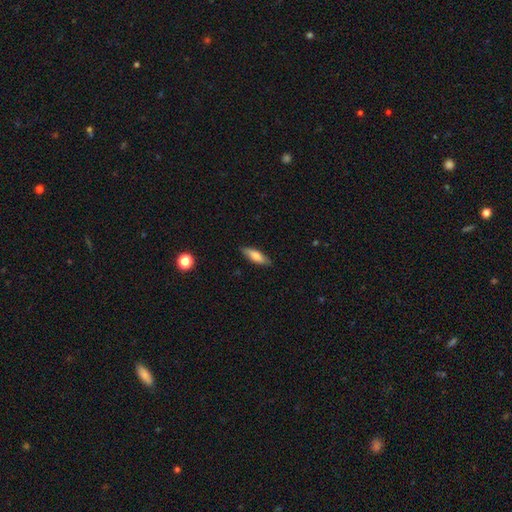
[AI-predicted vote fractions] This appears to be a smooth galaxy with no disk features (73%) that is cigar-shaped (52%). Merging: none (86%).